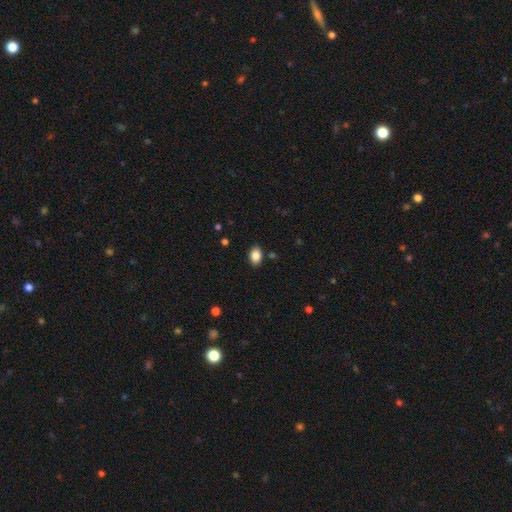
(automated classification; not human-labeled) smooth_or_featured: smooth (p=0.86) [alt: star or artifact p=0.08]
how_rounded: in between (p=0.81) [alt: round p=0.18]
merging: none (p=0.88) [alt: minor disturbance p=0.09]